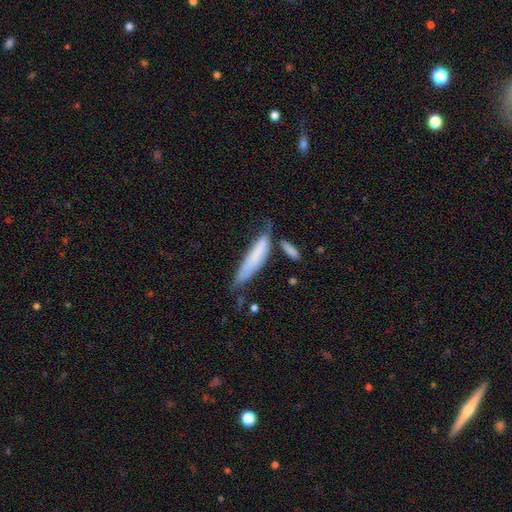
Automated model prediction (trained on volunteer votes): A smooth galaxy with no disk features (71%) that is cigar-shaped (82%).

Vote fractions:
- Smooth or featured? smooth: 71% / featured or disk: 23% / star or artifact: 6%
- How rounded? cigar-shaped: 82% / in between: 16% / round: 1%
- Merging? none: 46% / minor disturbance: 29% / merger: 14% / major disturbance: 12%